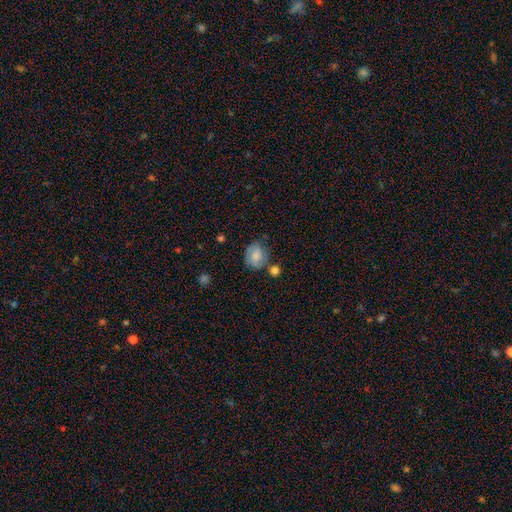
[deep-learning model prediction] Smooth or featured: smooth — 66% (featured or disk — 26%)
How rounded: round — 58% (in between — 41%)
Merging: none — 59% (minor disturbance — 23%)